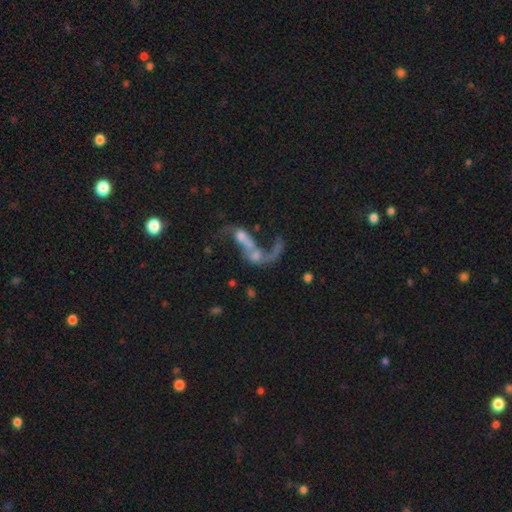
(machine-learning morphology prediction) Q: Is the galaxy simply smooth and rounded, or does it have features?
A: featured or disk — 61%.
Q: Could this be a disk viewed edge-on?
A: no — 93%.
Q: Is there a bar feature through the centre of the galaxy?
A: no — 67%.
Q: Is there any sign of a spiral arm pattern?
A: yes — 54%.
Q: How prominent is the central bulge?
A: none — 36%.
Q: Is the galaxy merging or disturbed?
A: merger — 59%.